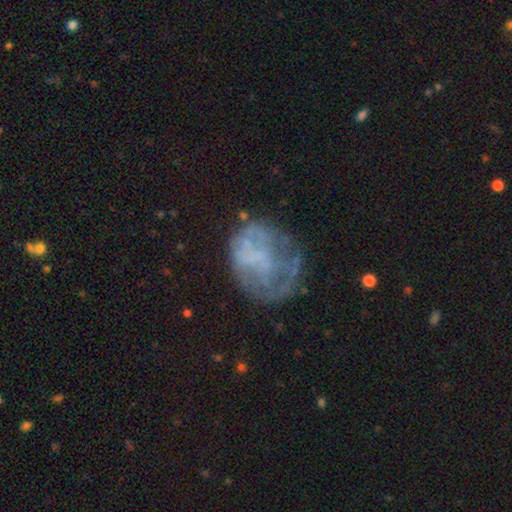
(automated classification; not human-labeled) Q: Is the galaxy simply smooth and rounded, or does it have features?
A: featured or disk — 55%.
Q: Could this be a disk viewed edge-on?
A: no — 98%.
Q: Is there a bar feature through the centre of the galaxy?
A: no — 82%.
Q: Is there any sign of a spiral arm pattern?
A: no — 76%.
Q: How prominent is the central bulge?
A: none — 72%.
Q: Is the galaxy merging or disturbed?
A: none — 42%.